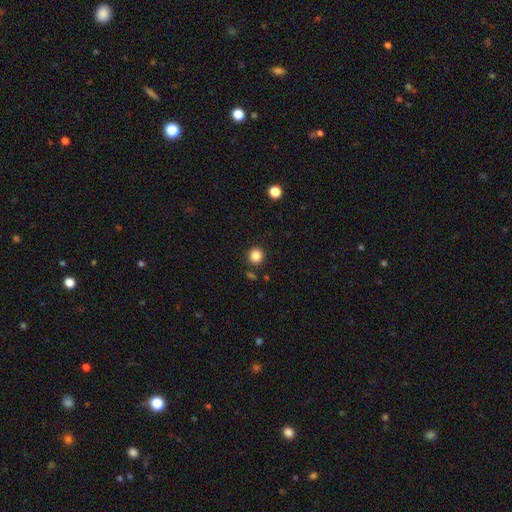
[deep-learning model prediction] Smooth or featured?
  - smooth: 86% *
  - star or artifact: 11%
  - featured or disk: 3%
How rounded?
  - round: 93% *
  - in between: 6%
  - cigar-shaped: 1%
Merging?
  - none: 89% *
  - minor disturbance: 6%
  - merger: 3%
  - major disturbance: 2%